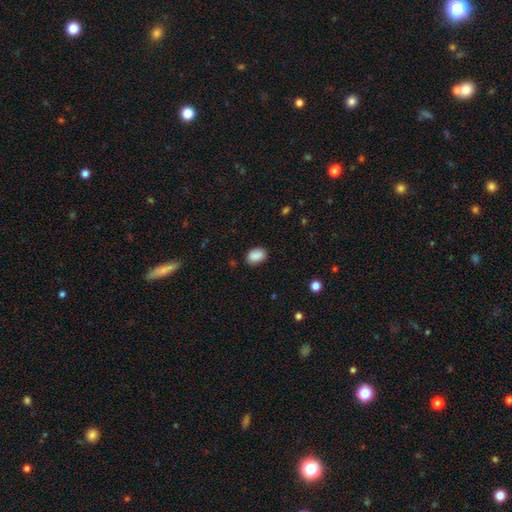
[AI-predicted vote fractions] smooth 89%, star or artifact 8%, featured or disk 4%. Down the decision tree: how rounded — in between (84%); merging — none (84%).